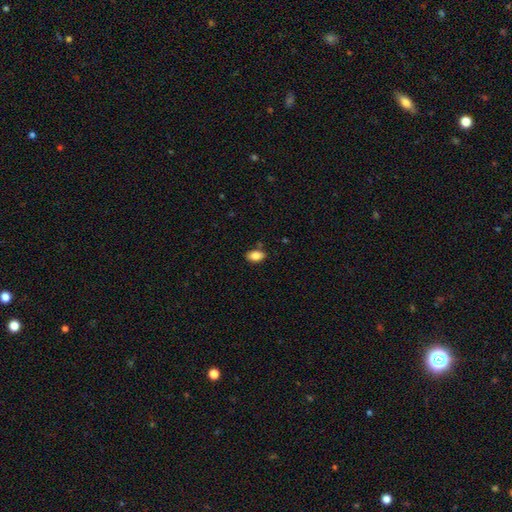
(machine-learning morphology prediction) smooth-or-featured: smooth: 85% | star or artifact: 8% | featured or disk: 7%
  how-rounded: in between: 91% | round: 7% | cigar-shaped: 2%
  merging: none: 83% | minor disturbance: 12% | merger: 3% | major disturbance: 2%